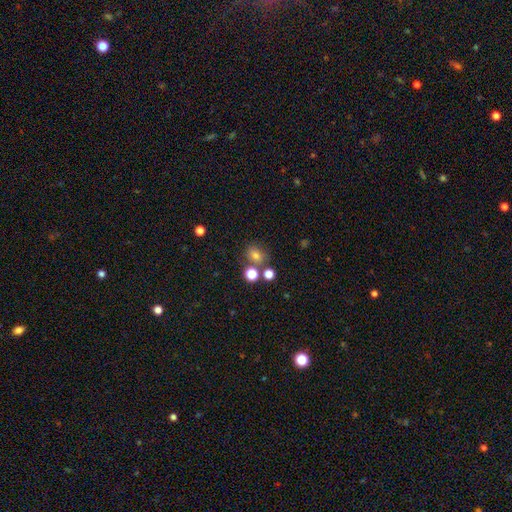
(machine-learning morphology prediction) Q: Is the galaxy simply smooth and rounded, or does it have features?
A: smooth — 73%.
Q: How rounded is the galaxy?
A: round — 56%.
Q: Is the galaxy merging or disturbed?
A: none — 64%.